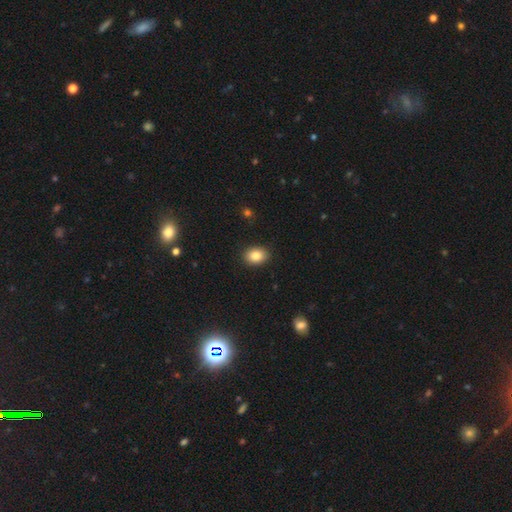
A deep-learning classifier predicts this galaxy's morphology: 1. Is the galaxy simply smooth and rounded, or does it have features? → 85% smooth, 9% star or artifact, 6% featured or disk.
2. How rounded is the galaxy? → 67% in between, 32% round, 1% cigar-shaped.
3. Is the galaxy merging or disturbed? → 90% none, 7% minor disturbance, 2% major disturbance, 1% merger.